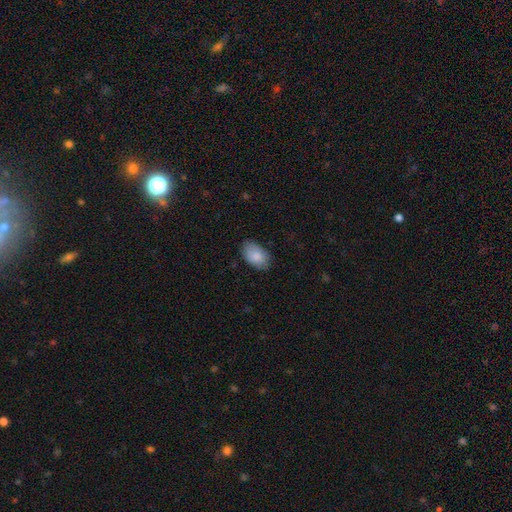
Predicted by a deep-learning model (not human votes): A smooth galaxy with no disk features (86%) that is in between round and cigar-shaped (92%). Merging: none (78%).